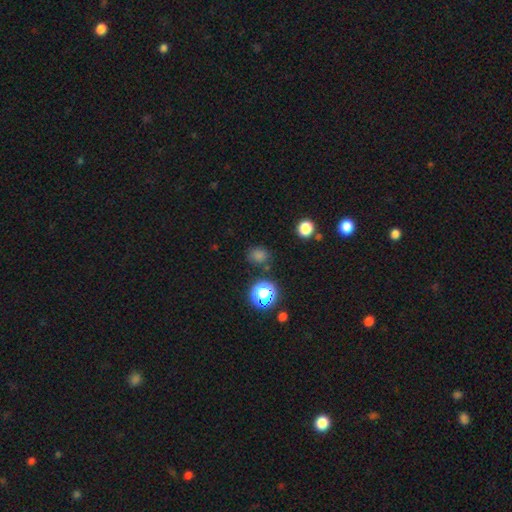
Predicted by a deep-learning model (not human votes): This appears to be a smooth galaxy with no disk features (62%) that is round (69%). Merging: none (82%).